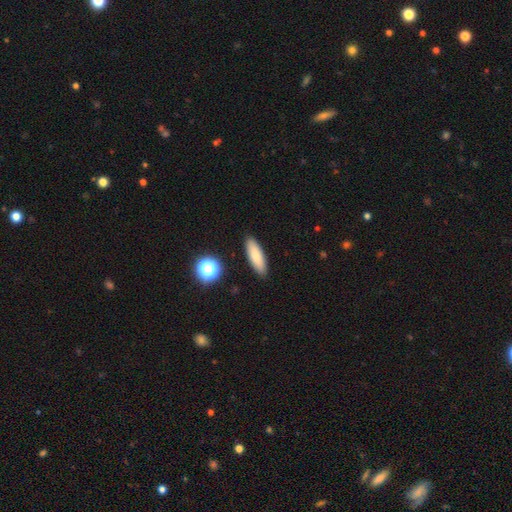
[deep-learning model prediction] Morphology: type=smooth (81%); roundness=cigar-shaped (51%); merging=none (89%).